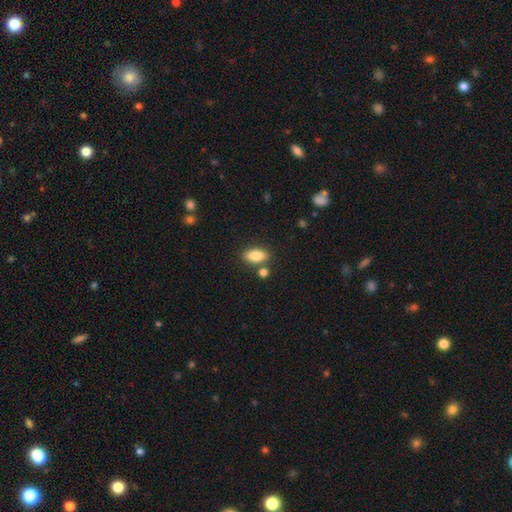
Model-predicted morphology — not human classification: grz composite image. It shows a smooth galaxy with no disk features (81%) that is in between round and cigar-shaped (84%). Merging: none (77%).